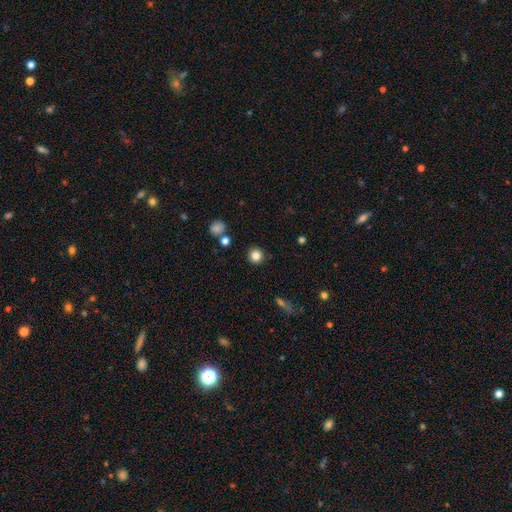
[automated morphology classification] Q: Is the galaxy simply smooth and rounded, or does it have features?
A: smooth — 83%.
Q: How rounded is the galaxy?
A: round — 94%.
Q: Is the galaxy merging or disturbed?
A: none — 90%.